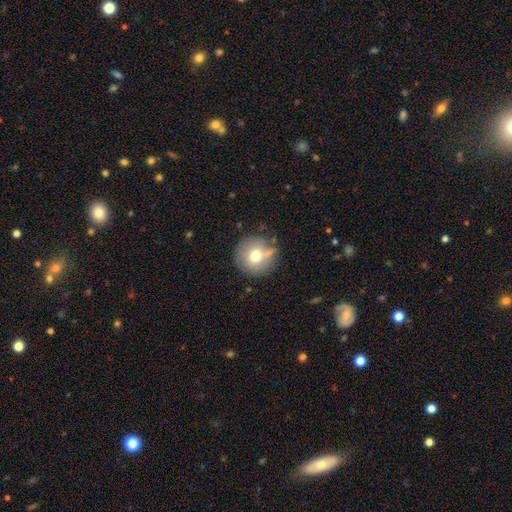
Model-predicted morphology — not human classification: smooth_or_featured: smooth (p=0.71) [alt: featured or disk p=0.20]
how_rounded: round (p=0.93) [alt: in between p=0.06]
merging: none (p=0.72) [alt: minor disturbance p=0.17]